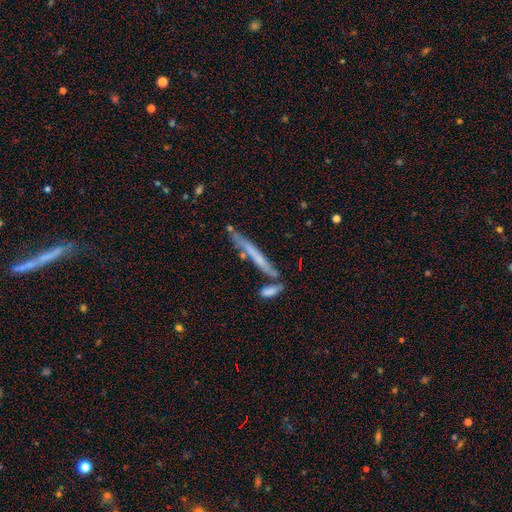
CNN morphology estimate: The model was most divided on "smooth or featured": featured or disk: 47%, smooth: 45%, star or artifact: 8%. More confident: merging — none (67%).